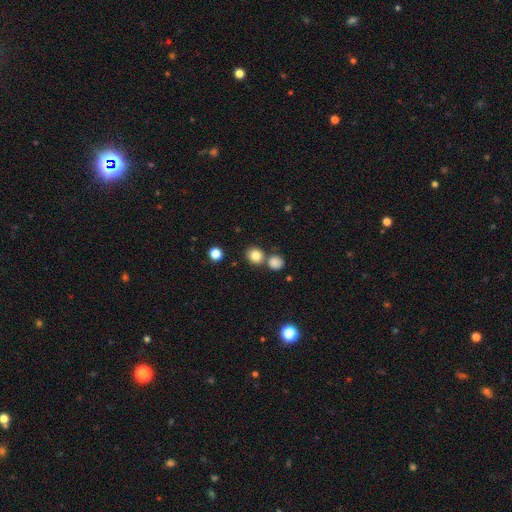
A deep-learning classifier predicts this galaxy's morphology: The model was most divided on "merging": none: 68%, merger: 21%, minor disturbance: 8%, major disturbance: 3%. More confident: smooth or featured — smooth (83%); how rounded — round (82%).